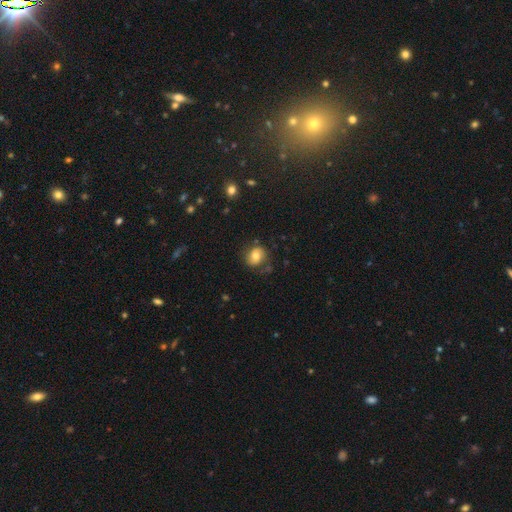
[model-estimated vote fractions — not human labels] smooth-or-featured: smooth: 64% | featured or disk: 26% | star or artifact: 10%
  how-rounded: round: 66% | in between: 33% | cigar-shaped: 1%
  merging: none: 69% | minor disturbance: 20% | major disturbance: 9% | merger: 2%